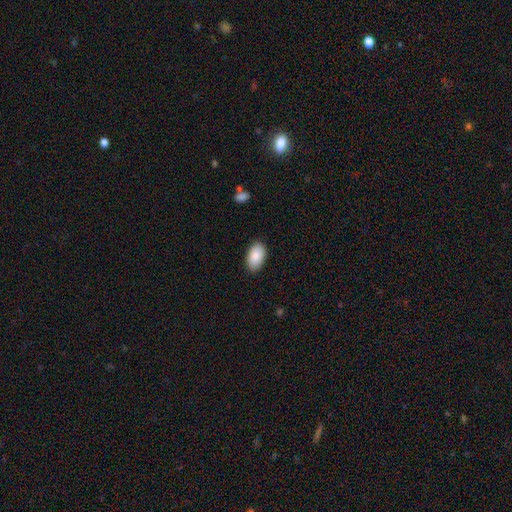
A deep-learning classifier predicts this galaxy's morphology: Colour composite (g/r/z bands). It shows a smooth galaxy with no disk features (88%) that is in between round and cigar-shaped (95%). Merging: none (87%).